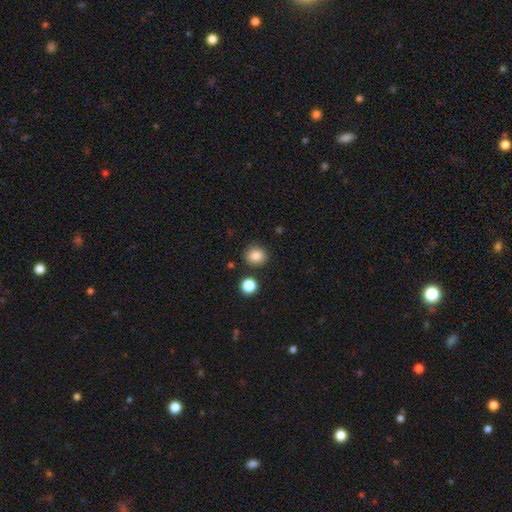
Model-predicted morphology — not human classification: smooth-or-featured: smooth: 85% | star or artifact: 10% | featured or disk: 5%
  how-rounded: round: 88% | in between: 11% | cigar-shaped: 1%
  merging: none: 87% | minor disturbance: 7% | merger: 4% | major disturbance: 2%